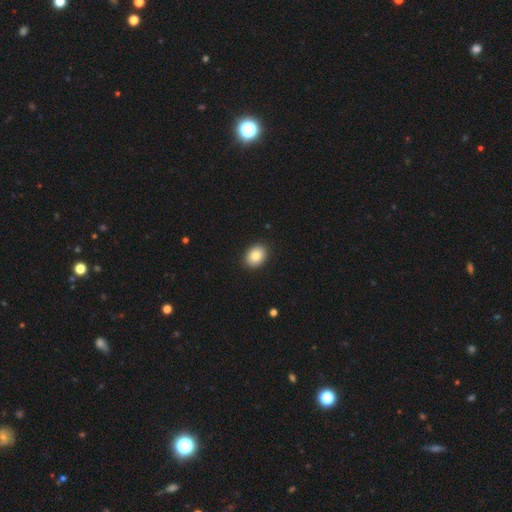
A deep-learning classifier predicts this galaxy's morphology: smooth 84%, star or artifact 8%, featured or disk 8%. Down the decision tree: how rounded — in between (56%); merging — none (91%).